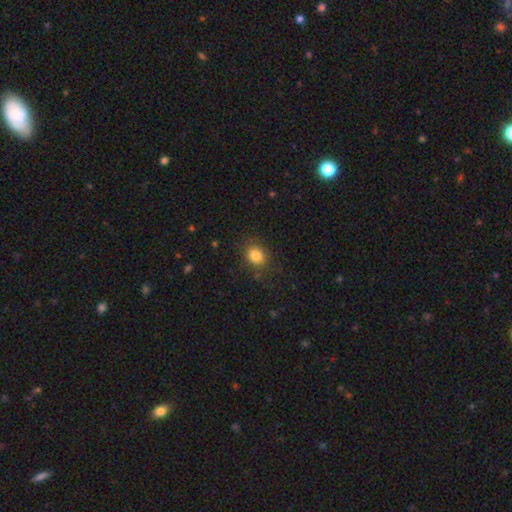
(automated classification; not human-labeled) Morphology: type=smooth (83%); roundness=round (63%); merging=none (83%).